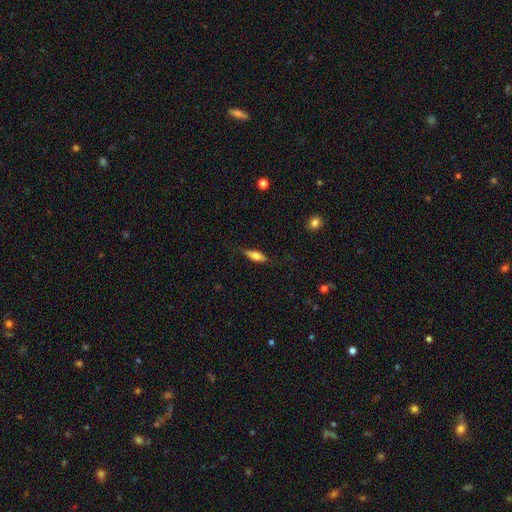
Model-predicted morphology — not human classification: Q: Smooth or featured?
A: smooth (63%); runner-up: featured or disk (30%)
Q: How rounded?
A: in between (56%); runner-up: cigar-shaped (41%)
Q: Merging?
A: none (80%); runner-up: minor disturbance (15%)